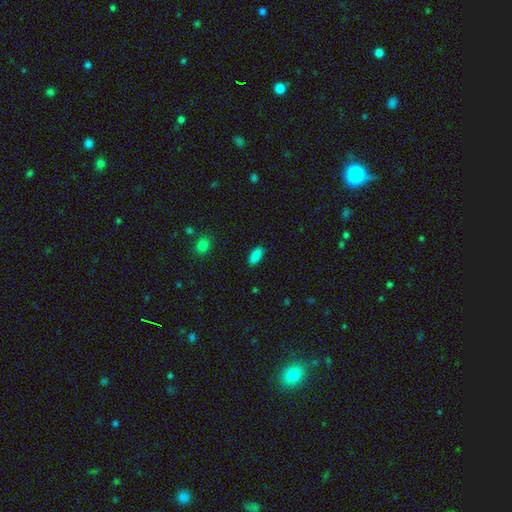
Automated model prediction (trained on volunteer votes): Smooth or featured: smooth — 87% (star or artifact — 9%)
How rounded: in between — 85% (cigar-shaped — 13%)
Merging: none — 86% (minor disturbance — 10%)